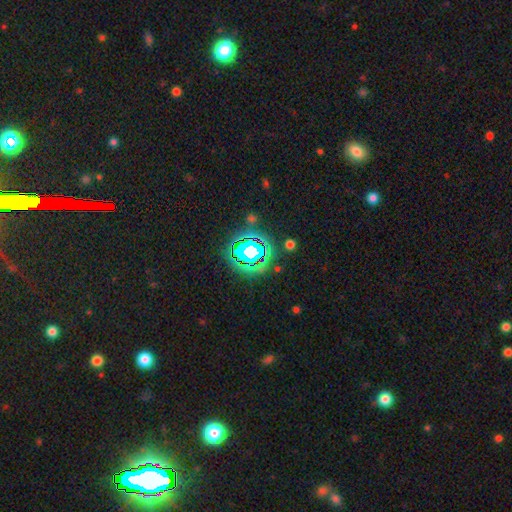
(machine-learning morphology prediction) smooth_or_featured: star or artifact (p=0.79) [alt: smooth p=0.14]